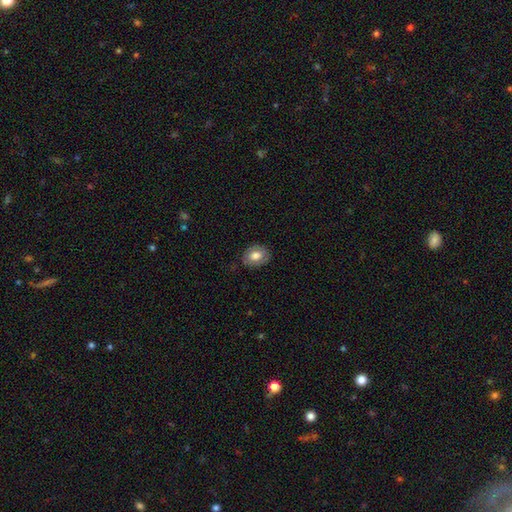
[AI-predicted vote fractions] Smooth or featured: smooth — 71% (featured or disk — 21%)
How rounded: in between — 65% (round — 34%)
Merging: none — 80% (minor disturbance — 16%)